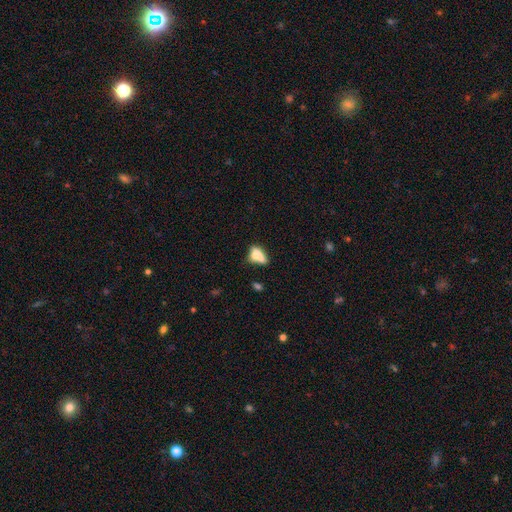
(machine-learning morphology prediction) Smooth or featured?
  - smooth: 66% *
  - featured or disk: 23%
  - star or artifact: 10%
How rounded?
  - in between: 75% *
  - round: 15%
  - cigar-shaped: 9%
Merging?
  - none: 32% *
  - merger: 30%
  - minor disturbance: 23%
  - major disturbance: 16%